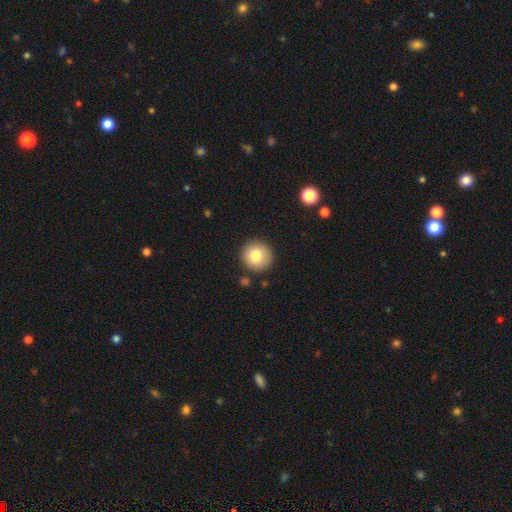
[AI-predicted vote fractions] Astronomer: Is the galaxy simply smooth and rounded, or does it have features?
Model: smooth — 81%.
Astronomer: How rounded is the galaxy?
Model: round — 95%.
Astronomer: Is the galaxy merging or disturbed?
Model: none — 88%.